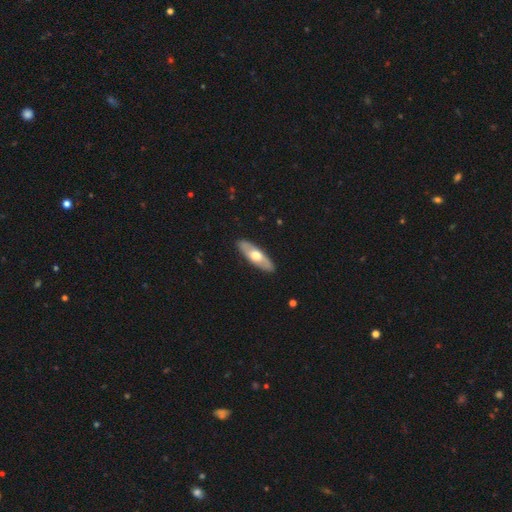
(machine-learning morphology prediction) featured or disk 49%, smooth 47%, star or artifact 4%. Down the decision tree: merging — none (90%).